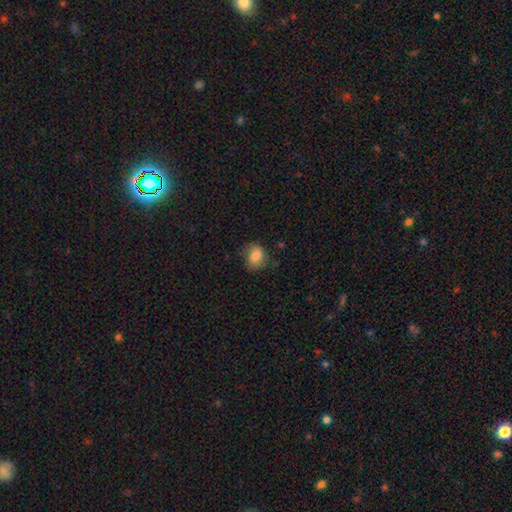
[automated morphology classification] The model was most divided on "how rounded": in between: 57%, round: 42%, cigar-shaped: 1%. More confident: smooth or featured — smooth (83%); merging — none (66%).